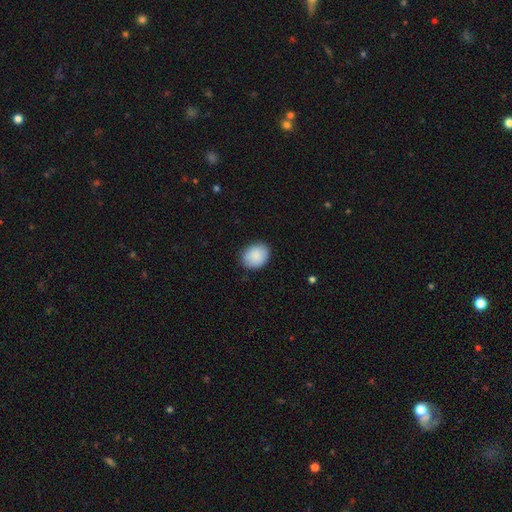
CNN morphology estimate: A smooth galaxy with no disk features (89%) that is in between round and cigar-shaped (53%).

Vote fractions:
- Smooth or featured? smooth: 89% / star or artifact: 6% / featured or disk: 5%
- How rounded? in between: 53% / round: 46% / cigar-shaped: 1%
- Merging? none: 84% / minor disturbance: 12% / major disturbance: 2% / merger: 1%